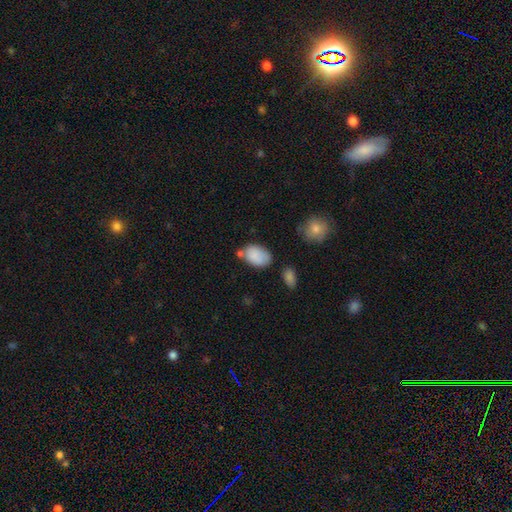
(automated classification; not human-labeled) A smooth galaxy with no disk features (85%) that is in between round and cigar-shaped (90%). Merging: none (58%).